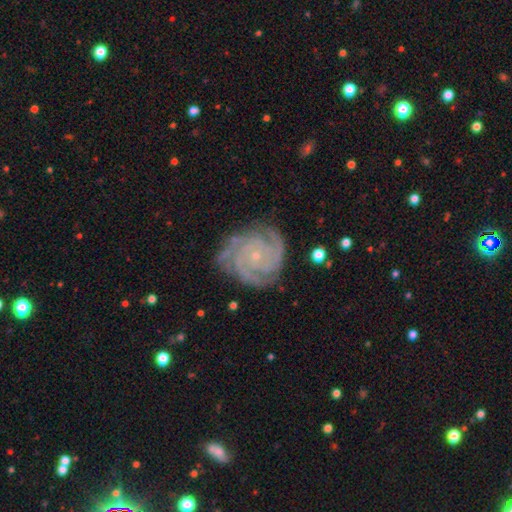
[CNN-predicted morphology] Smooth or featured?
  - featured or disk: 88% *
  - star or artifact: 7%
  - smooth: 5%
Edge-on disk?
  - no: 98% *
  - yes: 2%
Bar?
  - no: 79% *
  - weak: 16%
  - strong: 5%
Spiral arms?
  - yes: 98% *
  - no: 2%
Spiral winding?
  - tight: 78% *
  - medium: 20%
  - loose: 3%
Spiral arm count?
  - 3: 36% *
  - 4: 27%
  - 2: 13%
  - can't tell: 12%
  - more than 4: 7%
  - 1: 6%
Bulge size?
  - small: 84% *
  - moderate: 11%
  - none: 3%
  - large: 1%
  - dominant: 1%
Merging?
  - none: 78% *
  - minor disturbance: 16%
  - major disturbance: 5%
  - merger: 1%